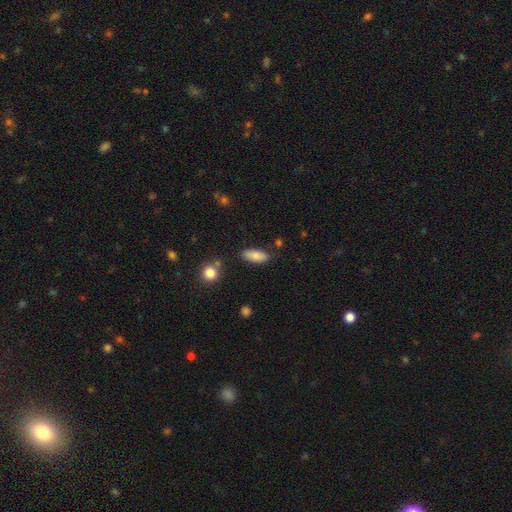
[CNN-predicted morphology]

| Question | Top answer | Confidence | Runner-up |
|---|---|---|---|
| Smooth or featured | smooth | 81% | featured or disk (11%) |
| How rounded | in between | 82% | cigar-shaped (15%) |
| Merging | none | 81% | minor disturbance (13%) |